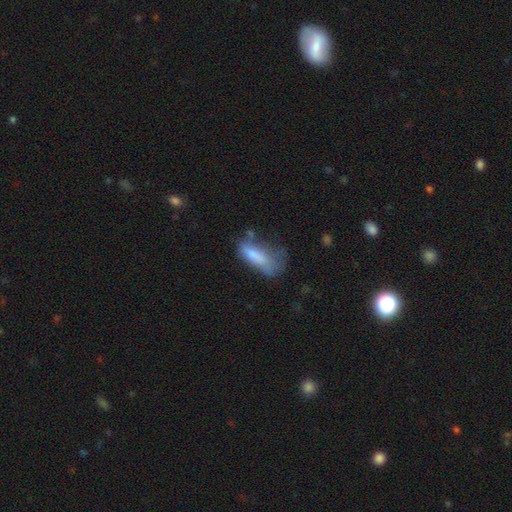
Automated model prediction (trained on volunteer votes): smooth_or_featured: smooth (p=0.68) [alt: featured or disk p=0.22]
how_rounded: in between (p=0.60) [alt: cigar-shaped p=0.37]
merging: major disturbance (p=0.38) [alt: minor disturbance p=0.28]